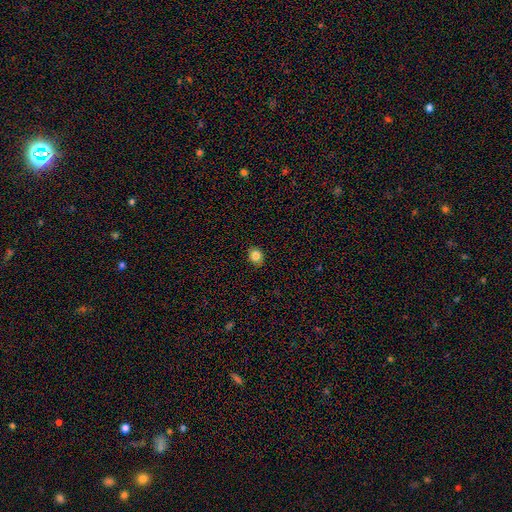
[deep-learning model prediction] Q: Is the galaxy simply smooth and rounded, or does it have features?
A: smooth — 84%.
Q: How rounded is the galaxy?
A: round — 65%.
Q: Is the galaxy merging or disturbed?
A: none — 89%.